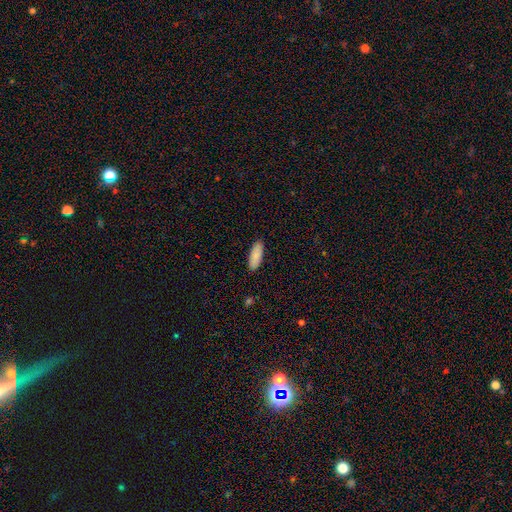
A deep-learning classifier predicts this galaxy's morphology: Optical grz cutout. It shows a smooth galaxy with no disk features (88%) that is in between round and cigar-shaped (70%). Merging: none (89%).